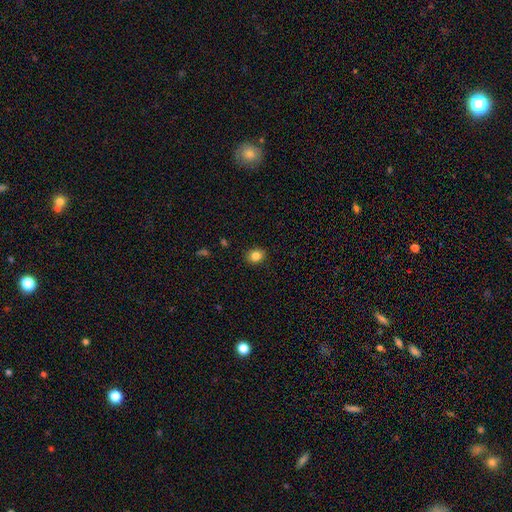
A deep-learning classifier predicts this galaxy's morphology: Smooth or featured?
  - smooth: 84% *
  - star or artifact: 11%
  - featured or disk: 6%
How rounded?
  - round: 66% *
  - in between: 33%
  - cigar-shaped: 1%
Merging?
  - none: 90% *
  - minor disturbance: 7%
  - major disturbance: 2%
  - merger: 1%